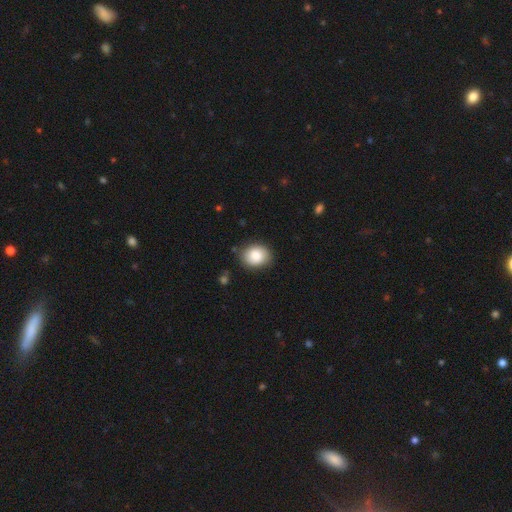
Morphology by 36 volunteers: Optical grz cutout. It shows a smooth galaxy with no disk features (83%) that is in between round and cigar-shaped (63%). Merging: none (88%).